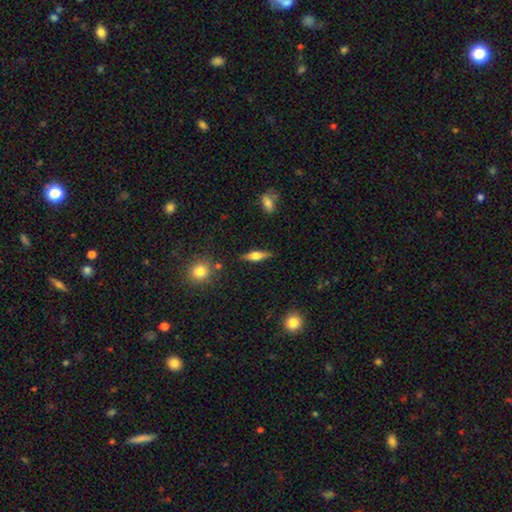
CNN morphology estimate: Smooth or featured: featured or disk — 51% (smooth — 42%)
Edge-on disk: yes — 93% (no — 7%)
Merging: none — 84% (minor disturbance — 10%)